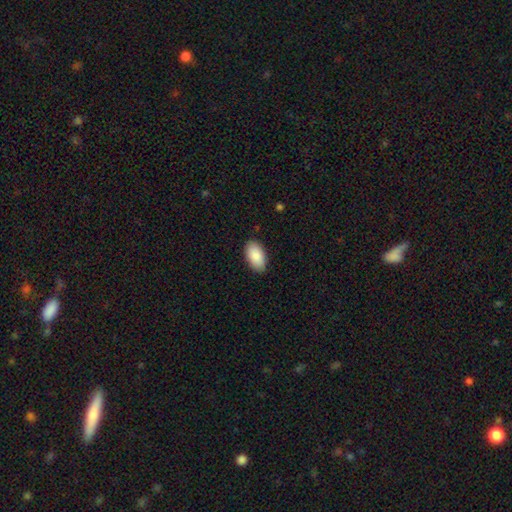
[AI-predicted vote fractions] This appears to be a smooth galaxy with no disk features (89%) that is in between round and cigar-shaped (96%). Merging: none (88%).